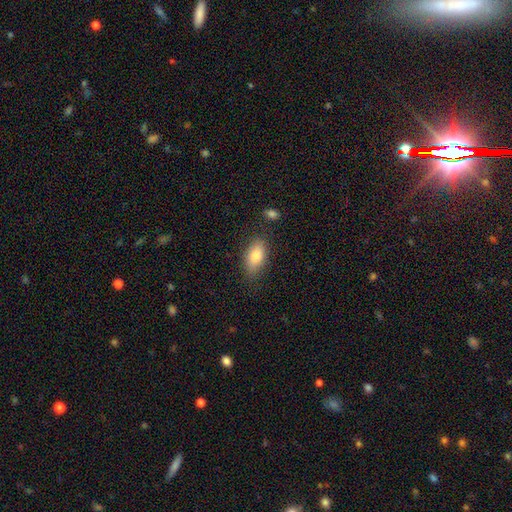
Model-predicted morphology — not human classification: Smooth or featured? Predicted: smooth (p=0.81). How rounded? Predicted: in between (p=0.87). Merging? Predicted: none (p=0.80).